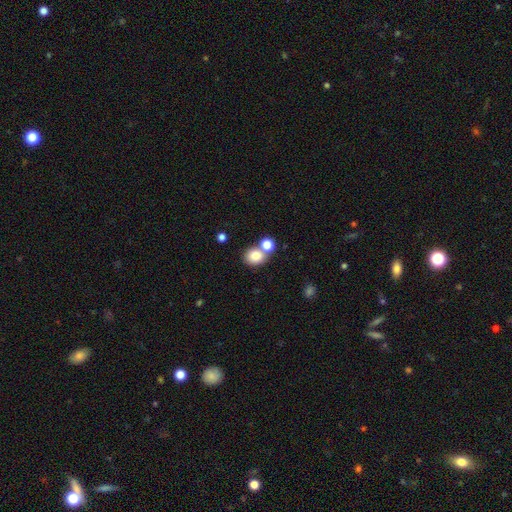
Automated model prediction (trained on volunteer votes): A smooth galaxy with no disk features (81%) that is round (68%). Merging: none (56%).